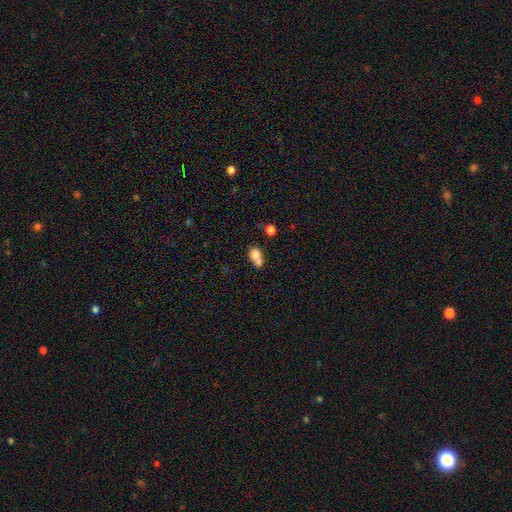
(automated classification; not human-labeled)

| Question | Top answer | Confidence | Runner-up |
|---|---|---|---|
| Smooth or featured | smooth | 75% | featured or disk (15%) |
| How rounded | round | 51% | in between (47%) |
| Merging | merger | 63% | none (24%) |